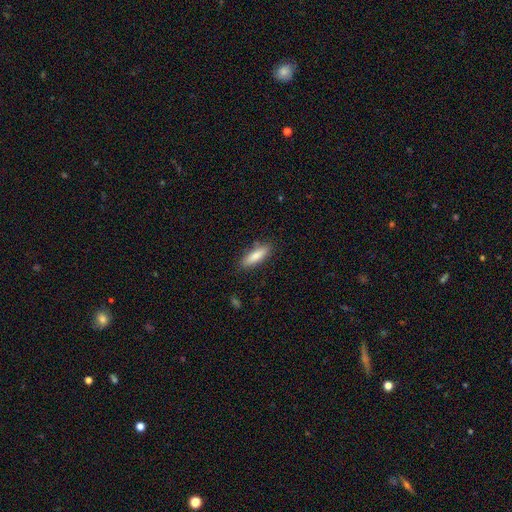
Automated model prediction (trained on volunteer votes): smooth 83%, featured or disk 11%, star or artifact 6%. Down the decision tree: how rounded — cigar-shaped (55%); merging — none (84%).